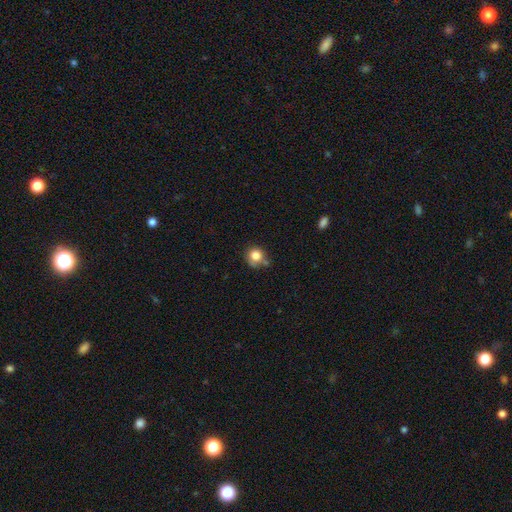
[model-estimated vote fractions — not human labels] A smooth galaxy with no disk features (82%) that is round (87%).

Vote fractions:
- Smooth or featured? smooth: 82% / star or artifact: 10% / featured or disk: 7%
- How rounded? round: 87% / in between: 12% / cigar-shaped: 1%
- Merging? none: 62% / minor disturbance: 21% / merger: 11% / major disturbance: 6%